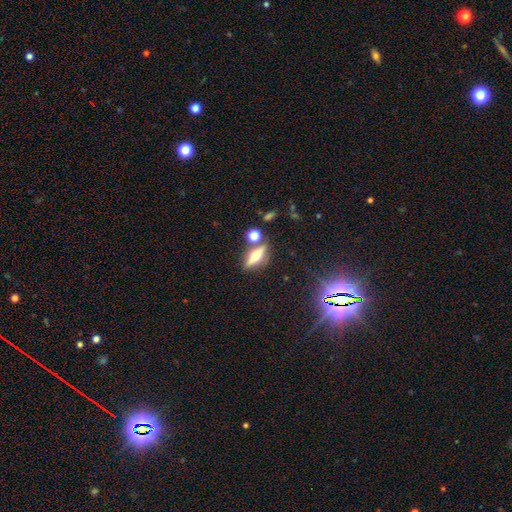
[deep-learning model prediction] A featured or disk galaxy (50%). Merging: none (76%).